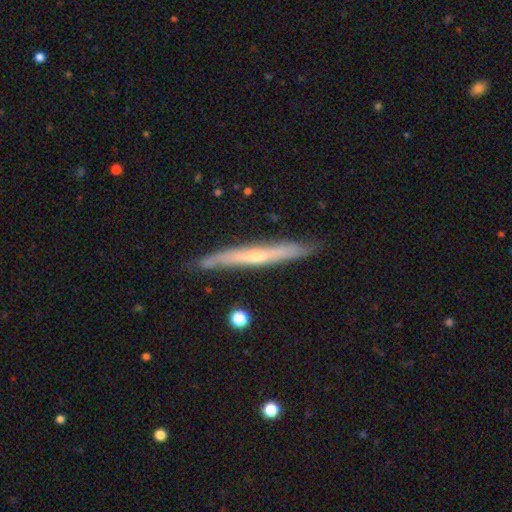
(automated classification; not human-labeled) A featured or disk galaxy (66%) viewed edge-on (92%) with a rounded central bulge (60%).

Vote fractions:
- Smooth or featured? featured or disk: 66% / smooth: 28% / star or artifact: 6%
- Edge-on disk? yes: 92% / no: 8%
- Edge-on bulge? rounded: 60% / none: 36% / boxy: 3%
- Merging? none: 83% / minor disturbance: 14% / major disturbance: 2% / merger: 2%